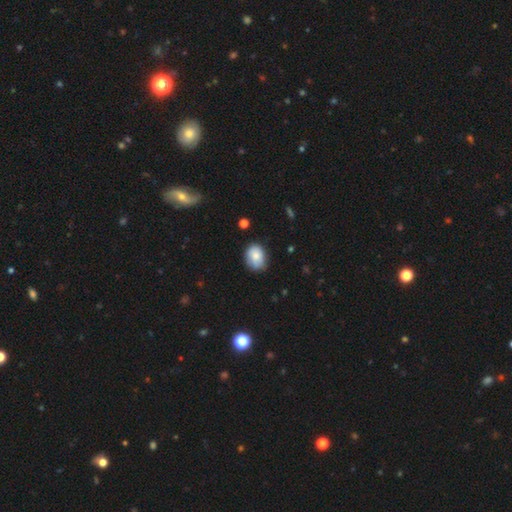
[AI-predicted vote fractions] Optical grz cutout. It shows a smooth galaxy with no disk features (79%) that is in between round and cigar-shaped (60%). Merging: none (72%).